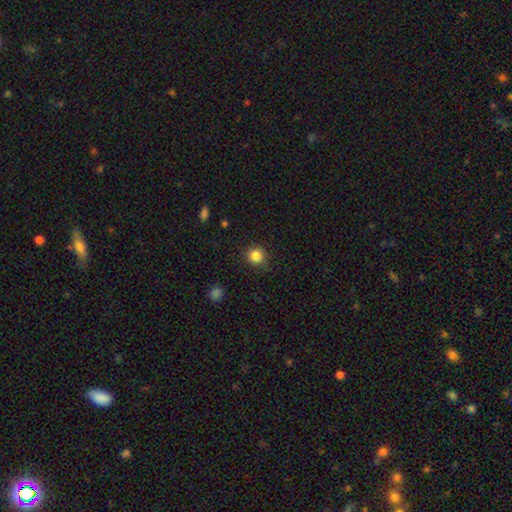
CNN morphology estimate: This is clearly a smooth galaxy (85%). How rounded: clearly round (91%). Merging: clearly none (88%).